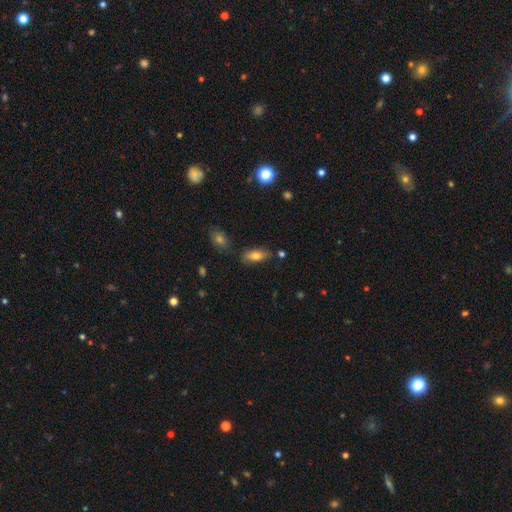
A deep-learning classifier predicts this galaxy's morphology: A smooth galaxy with no disk features (74%) that is in between round and cigar-shaped (75%). Merging: none (77%).